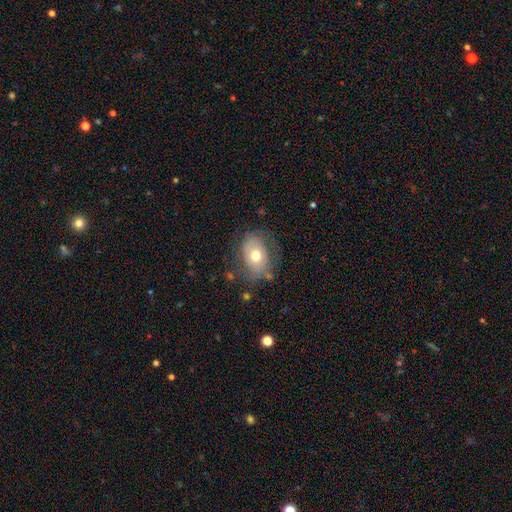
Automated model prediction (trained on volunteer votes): smooth-or-featured: smooth: 58% | featured or disk: 34% | star or artifact: 8%
  how-rounded: in between: 75% | round: 24% | cigar-shaped: 1%
  merging: none: 66% | minor disturbance: 22% | major disturbance: 10% | merger: 2%